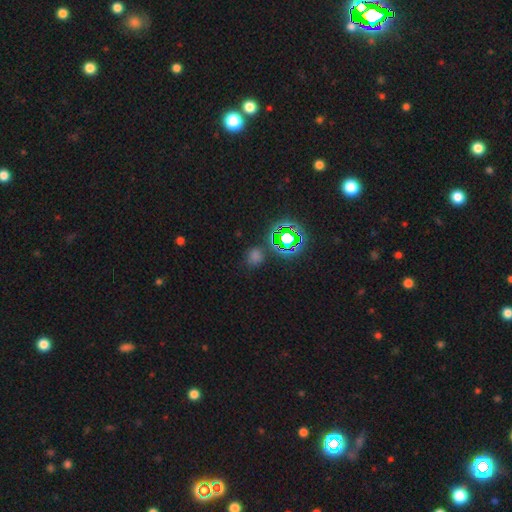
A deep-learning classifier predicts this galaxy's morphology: This appears to be a star or artifact, not a galaxy (54%).